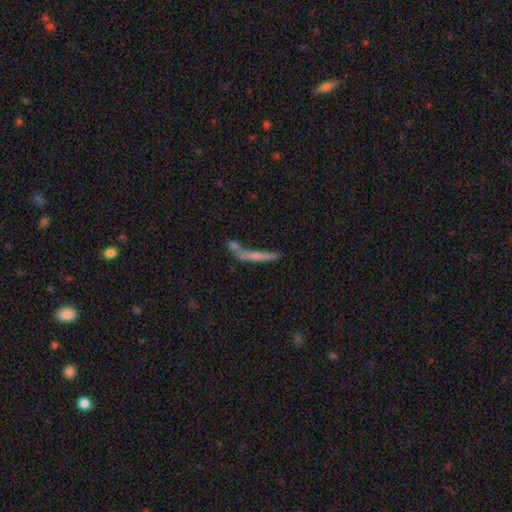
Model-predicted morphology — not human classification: type=smooth (51%); roundness=cigar-shaped (91%); merging=none (46%).